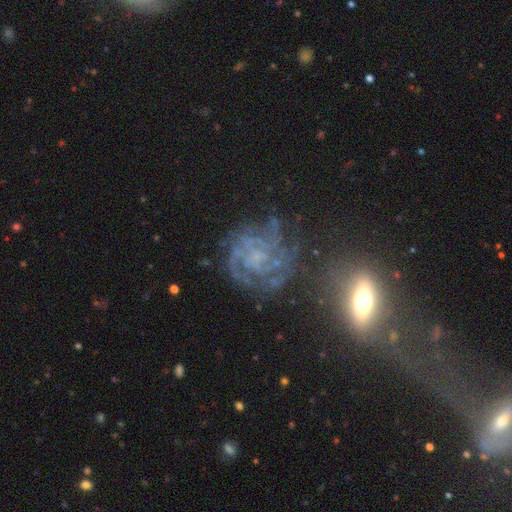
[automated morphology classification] Q: Smooth or featured?
A: featured or disk (78%); runner-up: star or artifact (12%)
Q: Edge-on disk?
A: no (96%); runner-up: yes (4%)
Q: Bar?
A: no (71%); runner-up: weak (22%)
Q: Spiral arms?
A: yes (87%); runner-up: no (13%)
Q: Spiral winding?
A: tight (63%); runner-up: medium (28%)
Q: Spiral arm count?
A: can't tell (38%); runner-up: 3 (20%)
Q: Bulge size?
A: none (48%); runner-up: small (33%)
Q: Merging?
A: none (64%); runner-up: minor disturbance (18%)